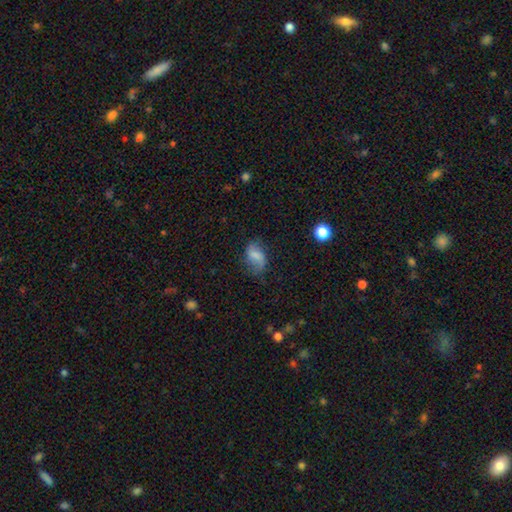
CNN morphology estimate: Overall: smooth (59%; featured or disk 30%). How rounded: in between (84%). Merging: none (58%; minor disturbance 27%).